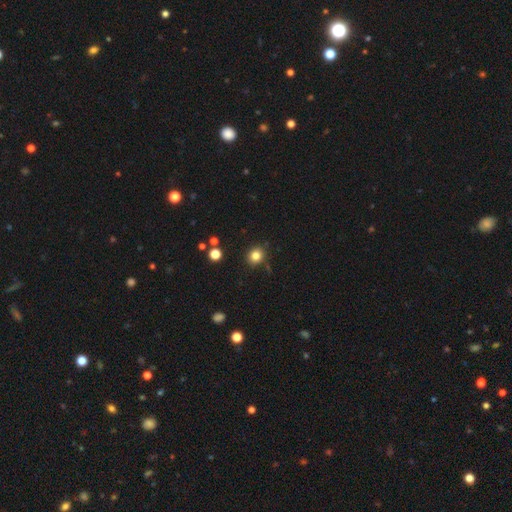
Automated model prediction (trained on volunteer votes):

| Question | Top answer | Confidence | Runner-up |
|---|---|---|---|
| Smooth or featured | smooth | 82% | star or artifact (12%) |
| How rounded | round | 77% | in between (22%) |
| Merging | none | 86% | minor disturbance (9%) |